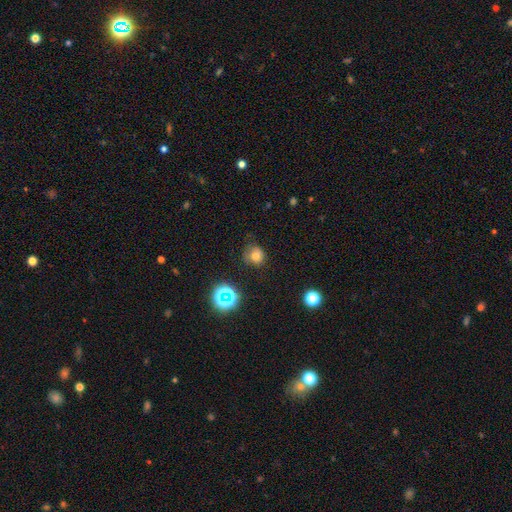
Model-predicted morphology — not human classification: Smooth or featured? Predicted: smooth (p=0.71). How rounded? Predicted: round (p=0.80). Merging? Predicted: none (p=0.61).